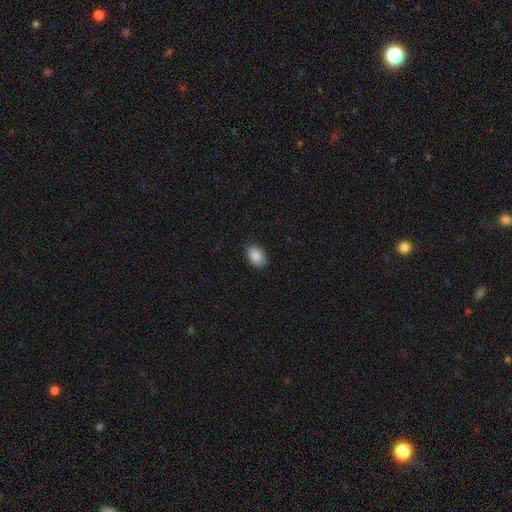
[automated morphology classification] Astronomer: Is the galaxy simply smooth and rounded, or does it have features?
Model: smooth — 88%.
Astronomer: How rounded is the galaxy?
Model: in between — 89%.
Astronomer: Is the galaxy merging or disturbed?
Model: none — 87%.